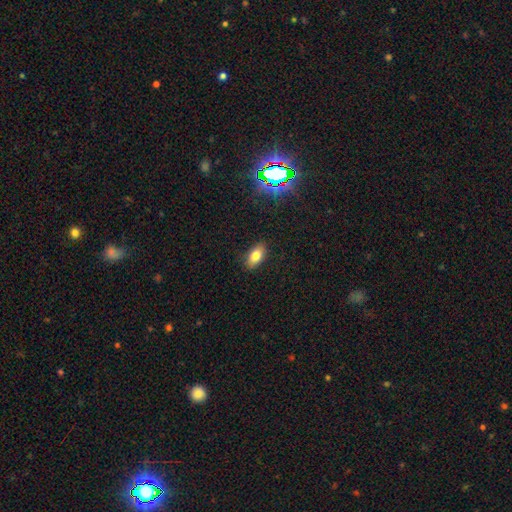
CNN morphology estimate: Smooth or featured? smooth (78%)
How rounded? in between (88%)
Merging? none (87%)